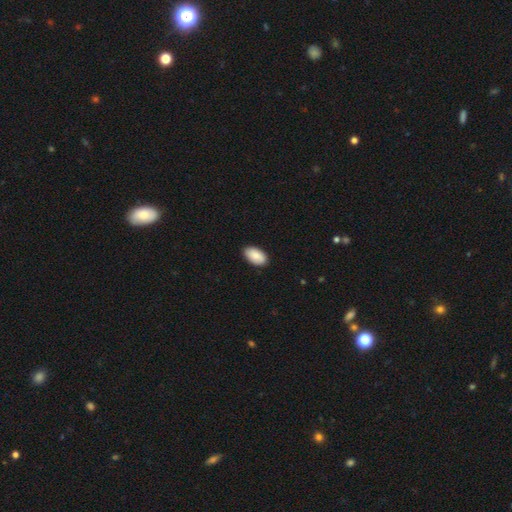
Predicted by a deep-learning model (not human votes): smooth 88%, featured or disk 6%, star or artifact 6%. Down the decision tree: how rounded — in between (95%); merging — none (88%).